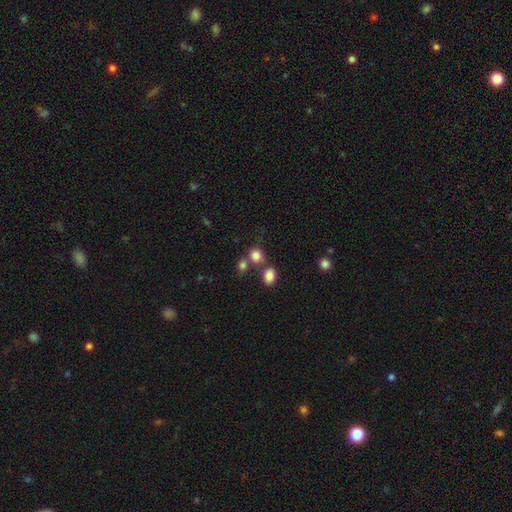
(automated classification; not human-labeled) Smooth or featured? Predicted: smooth (p=0.82). How rounded? Predicted: round (p=0.69). Merging? Predicted: none (p=0.55).